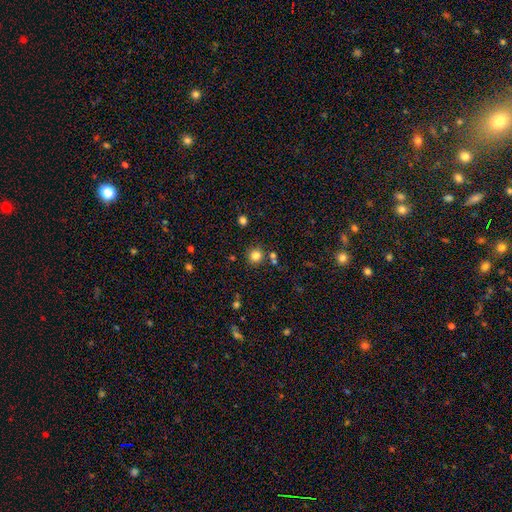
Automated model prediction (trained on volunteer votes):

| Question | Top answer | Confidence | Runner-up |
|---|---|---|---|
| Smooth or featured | smooth | 81% | star or artifact (13%) |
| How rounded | round | 92% | in between (7%) |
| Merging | none | 82% | merger (8%) |